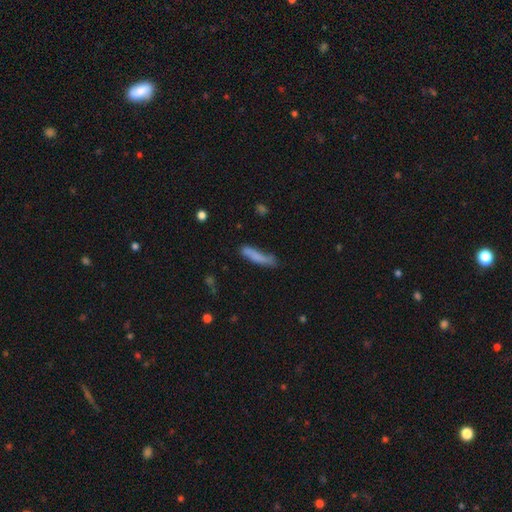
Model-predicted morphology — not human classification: type=smooth (73%); roundness=cigar-shaped (83%); merging=none (56%).